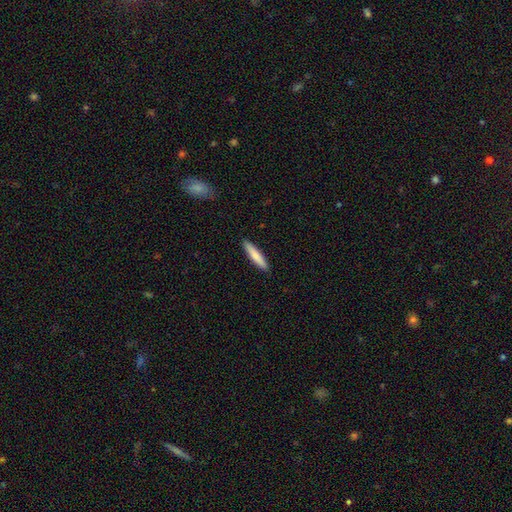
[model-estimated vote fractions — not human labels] smooth_or_featured: smooth (p=0.78) [alt: featured or disk p=0.17]
how_rounded: cigar-shaped (p=0.90) [alt: in between p=0.09]
merging: none (p=0.91) [alt: minor disturbance p=0.06]